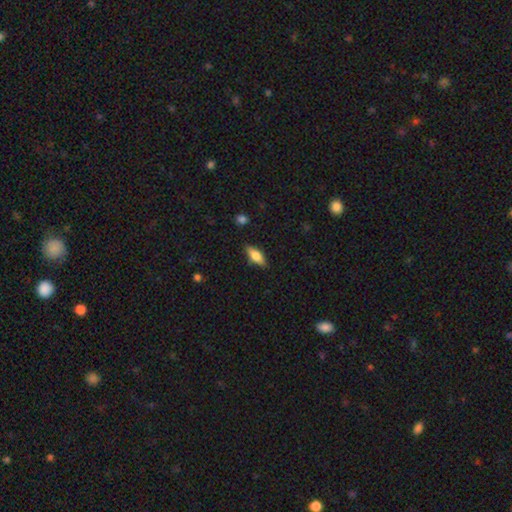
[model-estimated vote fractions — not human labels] A smooth galaxy with no disk features (69%) that is in between round and cigar-shaped (72%). Merging: none (85%).